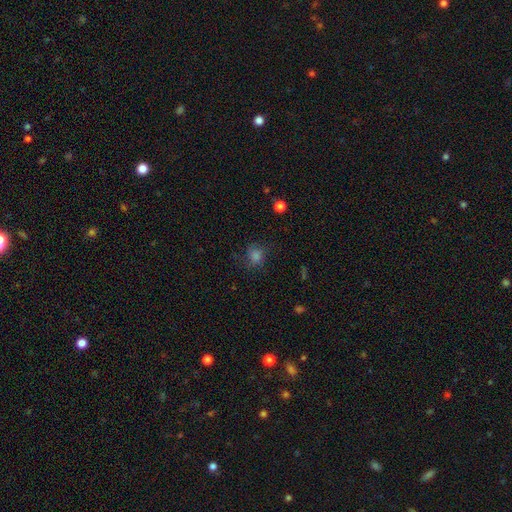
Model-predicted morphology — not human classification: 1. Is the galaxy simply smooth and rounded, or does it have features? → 64% smooth, 22% star or artifact, 14% featured or disk.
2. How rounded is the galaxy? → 78% round, 21% in between, 1% cigar-shaped.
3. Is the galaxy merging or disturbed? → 72% none, 17% minor disturbance, 10% major disturbance, 1% merger.